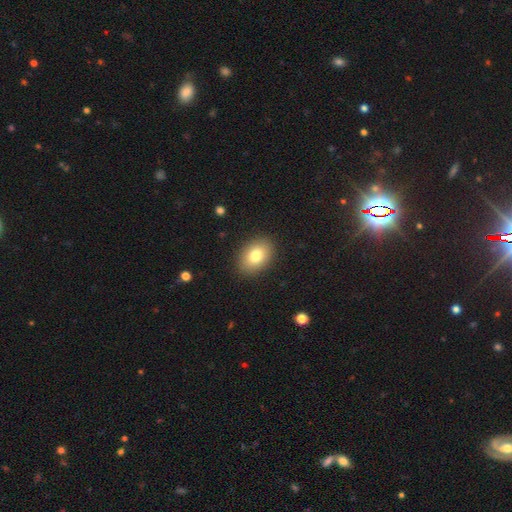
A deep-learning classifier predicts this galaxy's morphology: smooth-or-featured: smooth: 80% | featured or disk: 11% | star or artifact: 9%
  how-rounded: in between: 79% | round: 20% | cigar-shaped: 1%
  merging: none: 89% | minor disturbance: 8% | major disturbance: 2% | merger: 1%